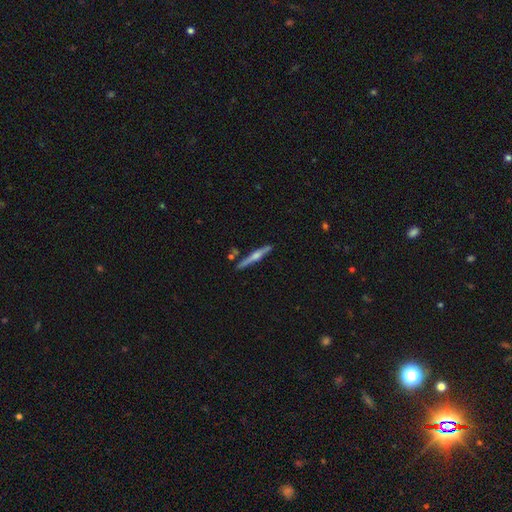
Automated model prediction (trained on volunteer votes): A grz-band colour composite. It shows a featured or disk galaxy (73%) viewed edge-on (98%) with a rounded central bulge (85%). Merging: none (86%).